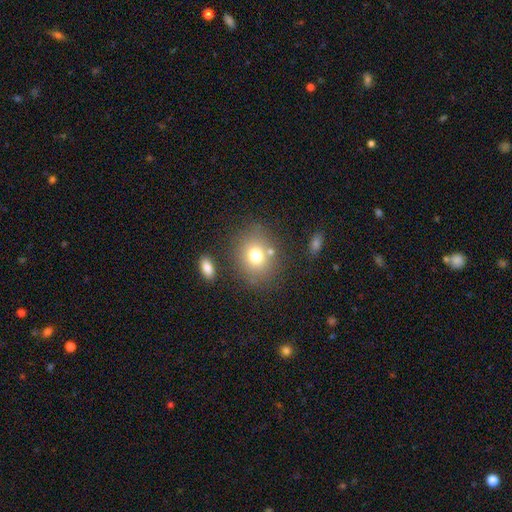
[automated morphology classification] A smooth galaxy with no disk features (74%) that is round (64%). Merging: none (74%).